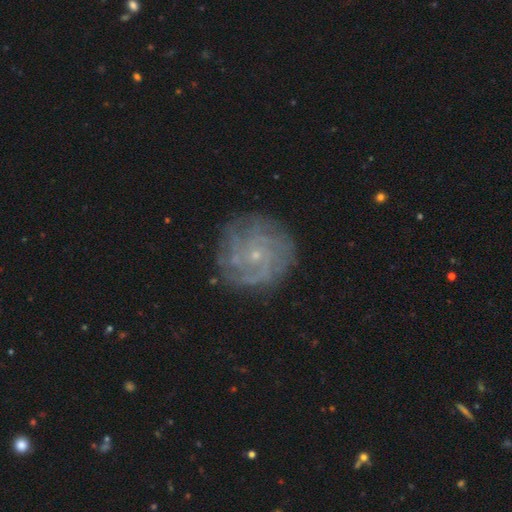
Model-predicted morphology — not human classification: Smooth or featured? featured or disk (78%)
Edge-on disk? no (97%)
Bar? no (77%)
Spiral arms? yes (93%)
Spiral winding? tight (65%)
Spiral arm count? can't tell (33%)
Bulge size? small (85%)
Merging? none (81%)